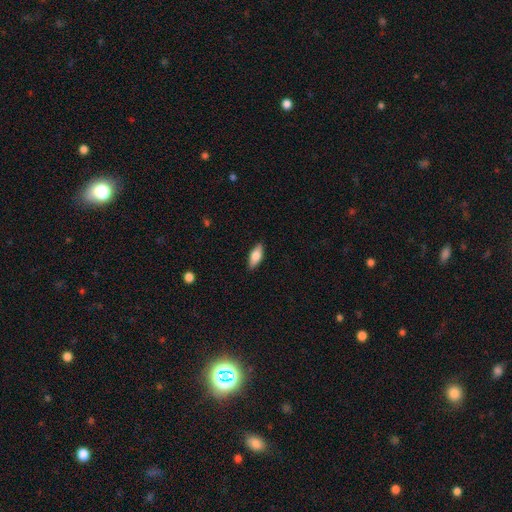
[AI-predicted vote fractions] This is likely a smooth galaxy (78%). How rounded: likely in between (77%). Merging: clearly none (88%).